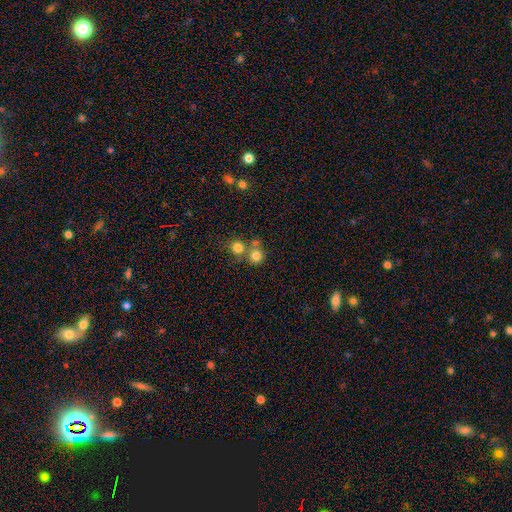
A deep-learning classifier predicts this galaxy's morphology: A smooth galaxy with no disk features (78%) that is round (88%). Merging: none (55%).